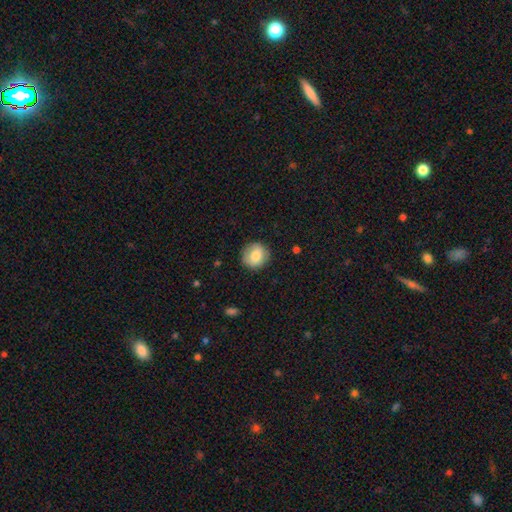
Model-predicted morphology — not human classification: This is likely a smooth galaxy (79%). How rounded: clearly round (85%). Merging: clearly none (86%).